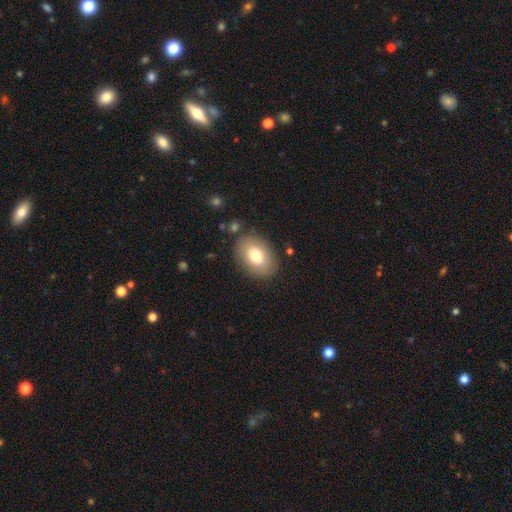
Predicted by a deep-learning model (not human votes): A smooth galaxy with no disk features (75%) that is in between round and cigar-shaped (80%). Merging: none (83%).